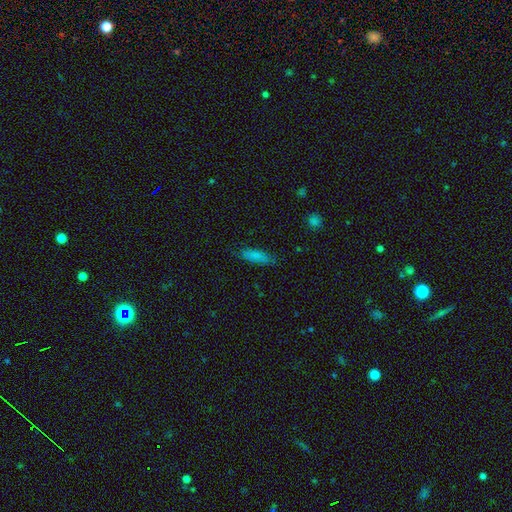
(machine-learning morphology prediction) Overall: smooth (82%). How rounded: cigar-shaped (51%; in between 47%). Merging: none (79%).